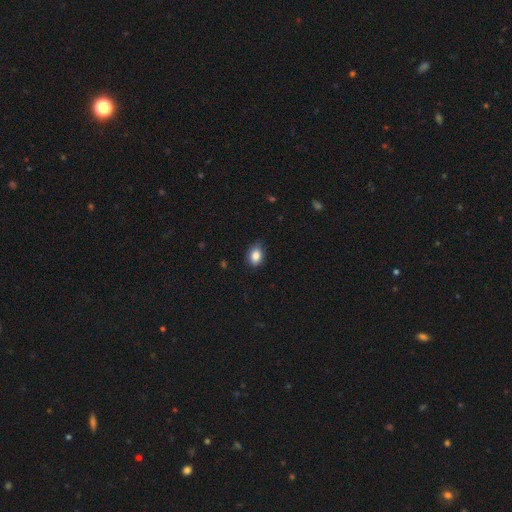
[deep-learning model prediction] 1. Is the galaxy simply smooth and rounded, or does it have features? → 85% smooth, 9% star or artifact, 6% featured or disk.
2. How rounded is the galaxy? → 75% in between, 24% round, 1% cigar-shaped.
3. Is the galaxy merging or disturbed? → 76% none, 20% minor disturbance, 3% major disturbance, 1% merger.